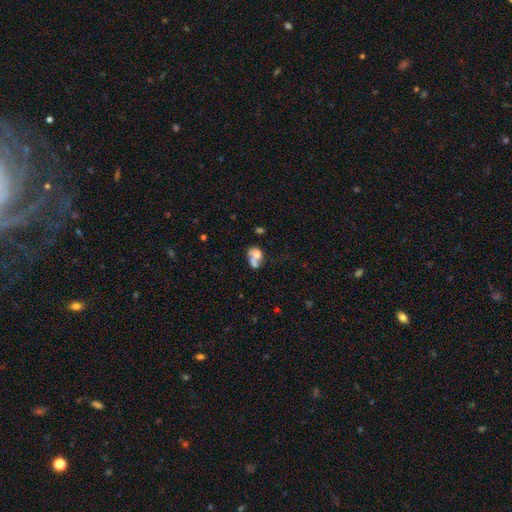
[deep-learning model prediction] A smooth galaxy with no disk features (60%) that is in between round and cigar-shaped (58%).

Vote fractions:
- Smooth or featured? smooth: 60% / featured or disk: 30% / star or artifact: 10%
- How rounded? in between: 58% / round: 41% / cigar-shaped: 1%
- Merging? merger: 63% / none: 17% / major disturbance: 11% / minor disturbance: 9%